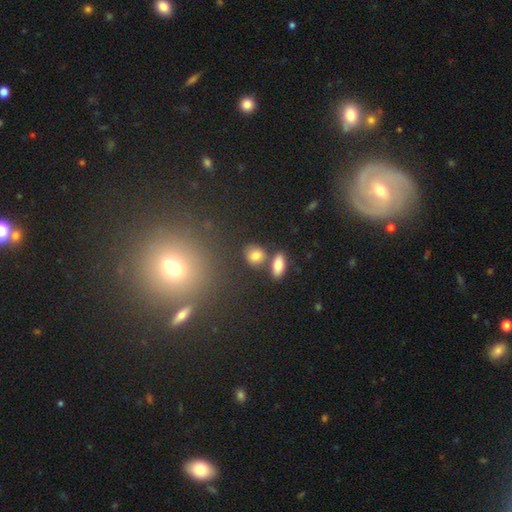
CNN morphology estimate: Smooth or featured? Predicted: smooth (p=0.81). How rounded? Predicted: round (p=0.56). Merging? Predicted: none (p=0.70).